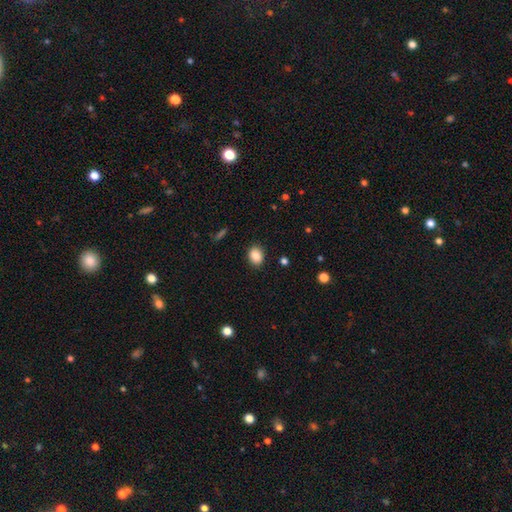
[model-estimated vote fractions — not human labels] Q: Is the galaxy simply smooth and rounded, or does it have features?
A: smooth — 87%.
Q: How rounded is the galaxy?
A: in between — 61%.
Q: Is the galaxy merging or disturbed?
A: none — 87%.